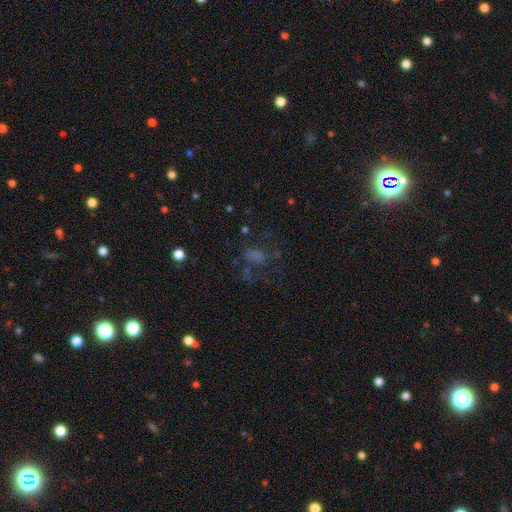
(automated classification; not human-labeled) A smooth galaxy with no disk features (38%). Merging: none (49%).